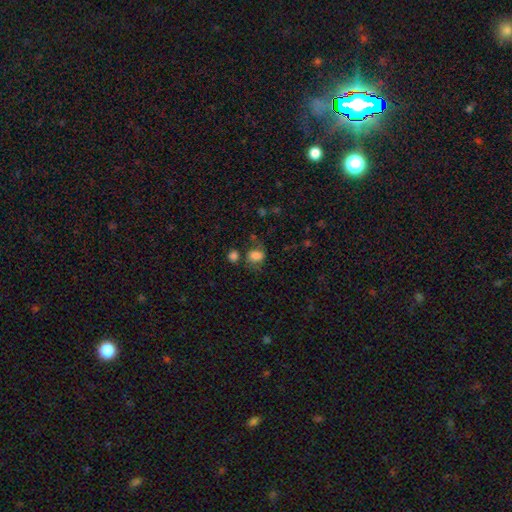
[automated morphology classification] Smooth or featured? Predicted: smooth (p=0.75). How rounded? Predicted: in between (p=0.60). Merging? Predicted: none (p=0.55).